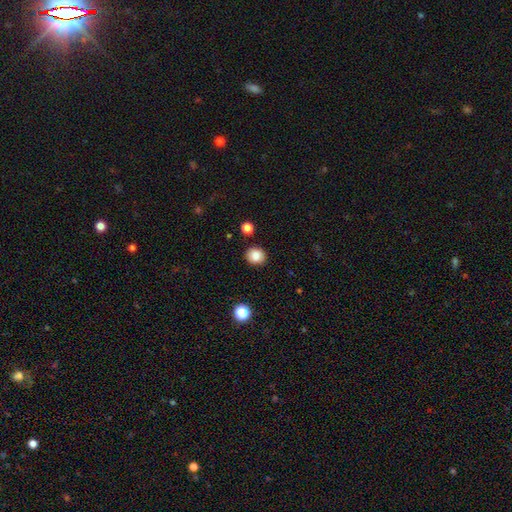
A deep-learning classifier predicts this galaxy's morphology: Overall: smooth (84%). How rounded: round (78%). Merging: none (88%).